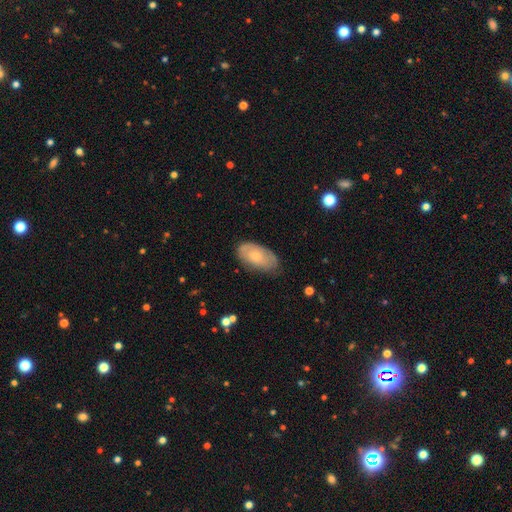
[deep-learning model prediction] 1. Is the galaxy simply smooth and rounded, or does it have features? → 62% smooth, 32% featured or disk, 6% star or artifact.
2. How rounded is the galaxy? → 94% in between, 4% round, 2% cigar-shaped.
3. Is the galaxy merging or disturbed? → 68% none, 25% minor disturbance, 6% major disturbance, 1% merger.